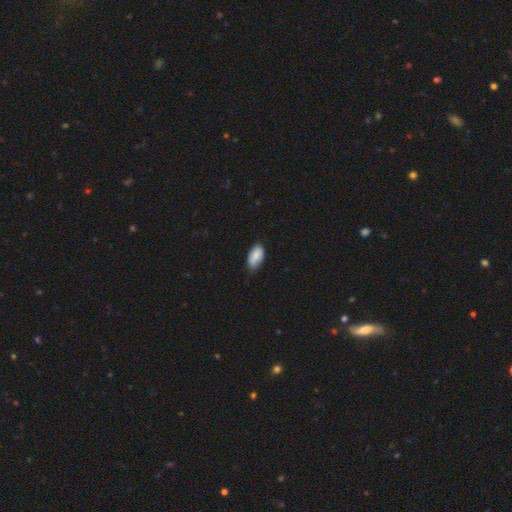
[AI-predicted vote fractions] Overall: smooth (81%). How rounded: in between (94%). Merging: none (75%).